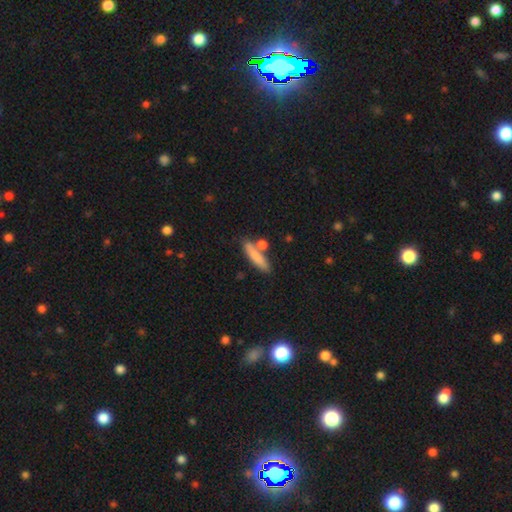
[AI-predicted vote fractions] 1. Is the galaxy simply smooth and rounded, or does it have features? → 80% smooth, 14% featured or disk, 7% star or artifact.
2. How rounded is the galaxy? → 79% cigar-shaped, 17% in between, 3% round.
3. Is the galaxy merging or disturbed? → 69% none, 15% merger, 12% minor disturbance, 4% major disturbance.